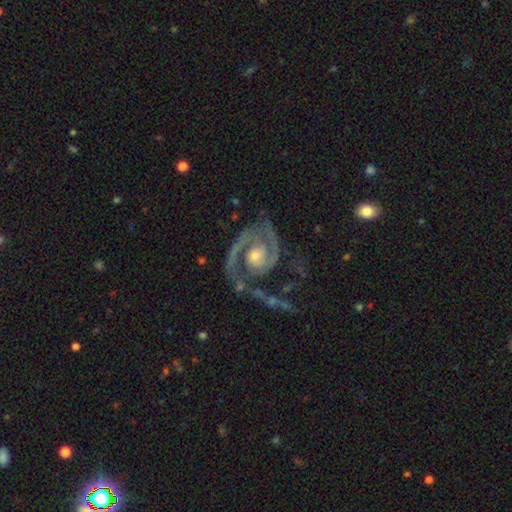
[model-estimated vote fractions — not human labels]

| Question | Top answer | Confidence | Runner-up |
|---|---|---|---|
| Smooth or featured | featured or disk | 91% | star or artifact (5%) |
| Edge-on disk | no | 98% | yes (2%) |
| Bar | no | 64% | weak (28%) |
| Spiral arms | yes | 97% | no (3%) |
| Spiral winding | tight | 47% | medium (43%) |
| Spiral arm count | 2 | 77% | 1 (11%) |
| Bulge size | moderate | 58% | small (30%) |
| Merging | none | 57% | major disturbance (20%) |